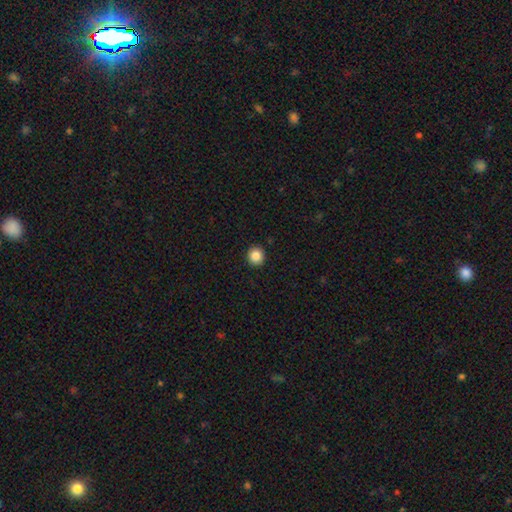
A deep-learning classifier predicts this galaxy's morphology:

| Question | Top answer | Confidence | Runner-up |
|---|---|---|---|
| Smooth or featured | smooth | 87% | star or artifact (9%) |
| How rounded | round | 93% | in between (6%) |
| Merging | none | 93% | minor disturbance (4%) |